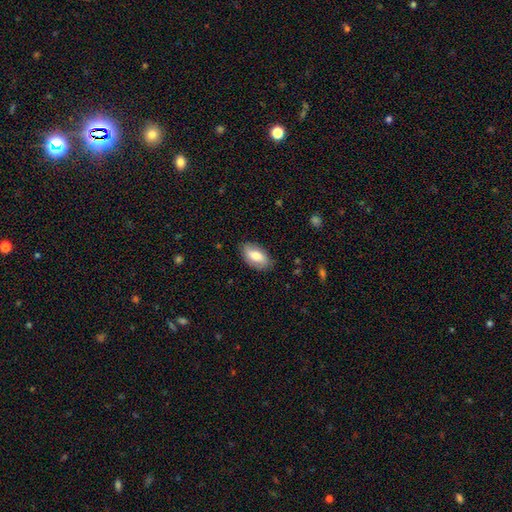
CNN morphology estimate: Q: Smooth or featured?
A: smooth (76%); runner-up: featured or disk (18%)
Q: How rounded?
A: in between (92%); runner-up: cigar-shaped (4%)
Q: Merging?
A: none (83%); runner-up: minor disturbance (13%)